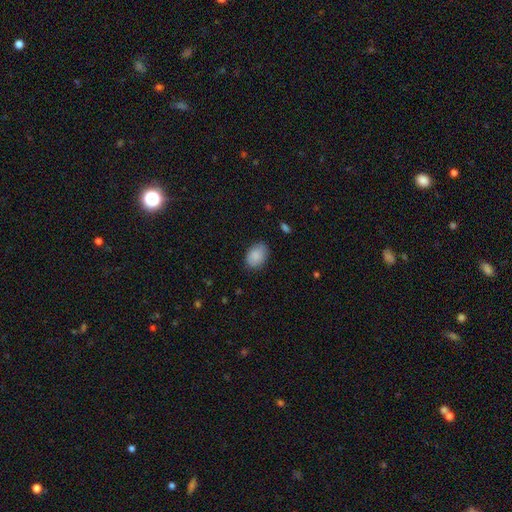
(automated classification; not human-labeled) Q: Smooth or featured?
A: smooth (89%); runner-up: star or artifact (7%)
Q: How rounded?
A: in between (81%); runner-up: round (18%)
Q: Merging?
A: none (83%); runner-up: minor disturbance (13%)